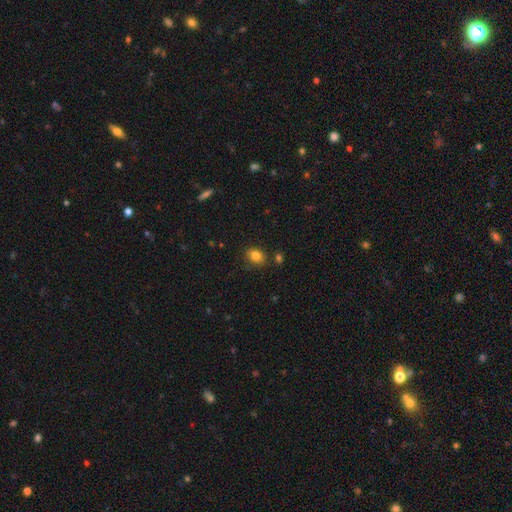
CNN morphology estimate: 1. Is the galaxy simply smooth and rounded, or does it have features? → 83% smooth, 11% star or artifact, 7% featured or disk.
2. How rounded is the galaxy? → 59% in between, 40% round, 1% cigar-shaped.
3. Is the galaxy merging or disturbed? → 81% none, 12% minor disturbance, 4% merger, 3% major disturbance.